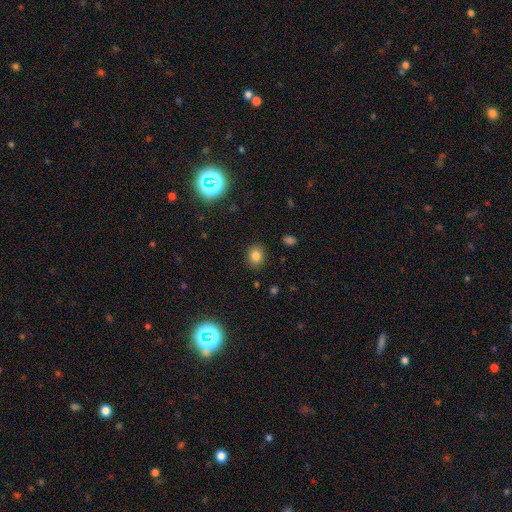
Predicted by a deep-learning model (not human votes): smooth 80%, star or artifact 14%, featured or disk 6%. Down the decision tree: how rounded — round (57%); merging — none (88%).